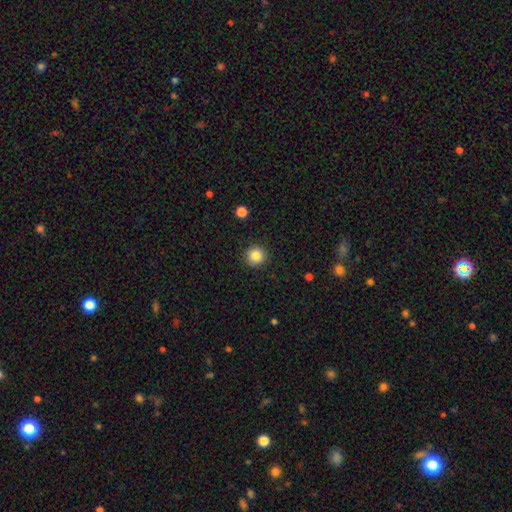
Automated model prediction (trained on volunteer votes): Smooth or featured?
  - smooth: 85% *
  - star or artifact: 10%
  - featured or disk: 5%
How rounded?
  - round: 95% *
  - in between: 4%
  - cigar-shaped: 1%
Merging?
  - none: 92% *
  - minor disturbance: 5%
  - major disturbance: 2%
  - merger: 1%